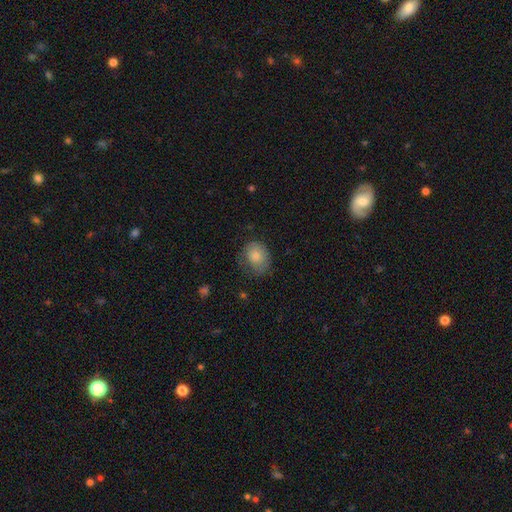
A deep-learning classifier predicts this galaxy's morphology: smooth 75%, featured or disk 16%, star or artifact 9%. Down the decision tree: how rounded — round (52%); merging — none (63%).